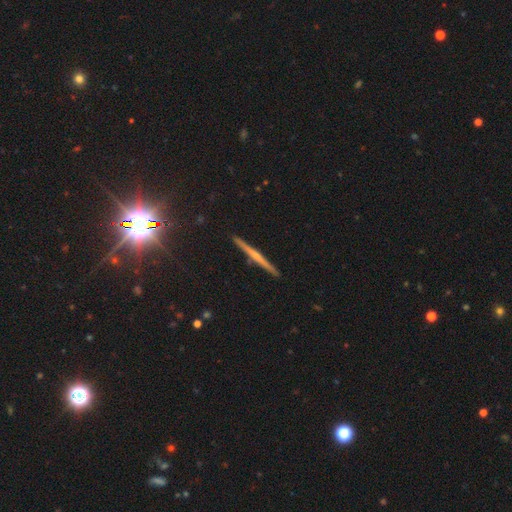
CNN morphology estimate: This is likely a featured or disk galaxy (67%). It is clearly viewed edge-on (98%). Edge-on bulge: possibly rounded (56%). Merging: clearly none (92%).